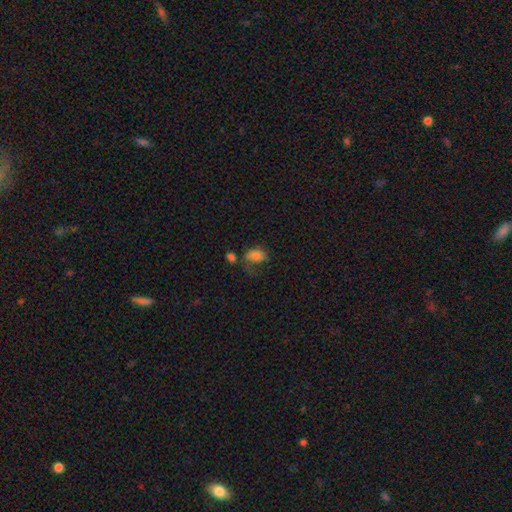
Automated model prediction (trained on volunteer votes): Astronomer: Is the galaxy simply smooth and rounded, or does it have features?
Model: smooth — 78%.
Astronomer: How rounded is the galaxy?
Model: in between — 84%.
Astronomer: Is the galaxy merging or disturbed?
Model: none — 38% (runner-up: minor disturbance, 25%).